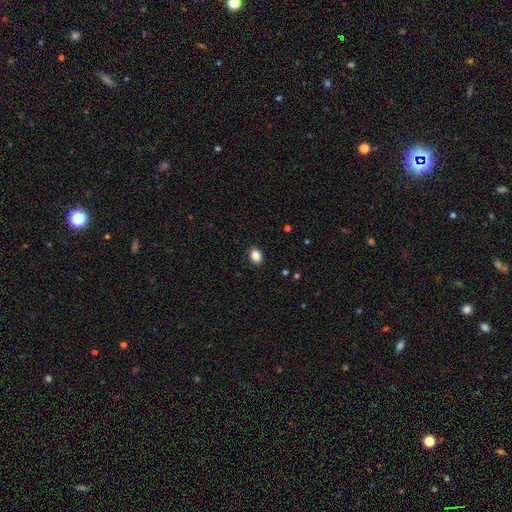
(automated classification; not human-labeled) Smooth or featured?
  - smooth: 88% *
  - star or artifact: 9%
  - featured or disk: 3%
How rounded?
  - in between: 74% *
  - round: 25%
  - cigar-shaped: 1%
Merging?
  - none: 90% *
  - minor disturbance: 8%
  - major disturbance: 2%
  - merger: 1%